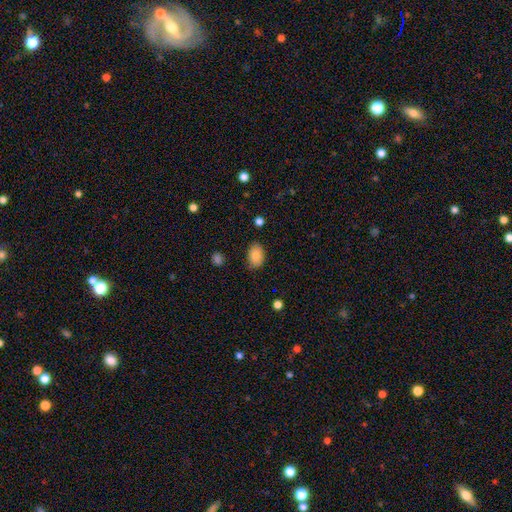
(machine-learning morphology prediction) Smooth or featured: smooth — 86% (star or artifact — 8%)
How rounded: in between — 88% (round — 11%)
Merging: none — 78% (minor disturbance — 17%)